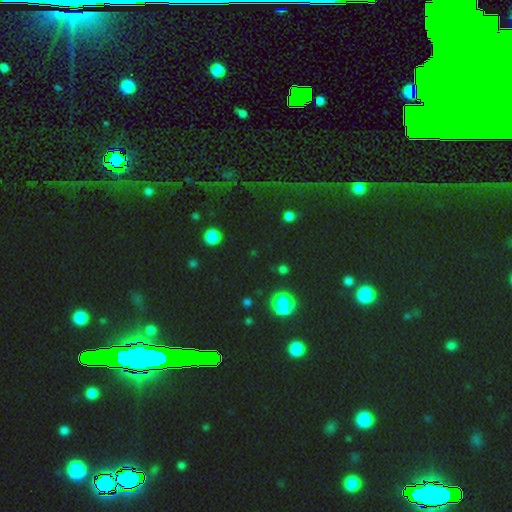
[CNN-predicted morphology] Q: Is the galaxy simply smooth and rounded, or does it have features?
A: star or artifact — 74%.